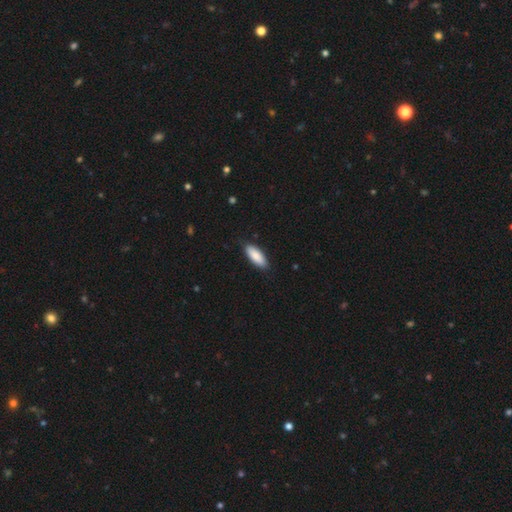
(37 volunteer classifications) smooth-or-featured: smooth: 86% | featured or disk: 11% | star or artifact: 3%
  how-rounded: in between: 91% | round: 6% | cigar-shaped: 3%
  merging: none: 81% | minor disturbance: 17% | major disturbance: 3% | merger: 0%